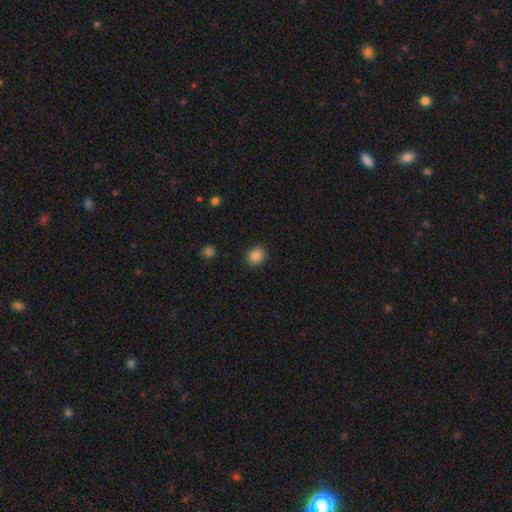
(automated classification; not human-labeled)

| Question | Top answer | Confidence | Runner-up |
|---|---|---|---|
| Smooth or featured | smooth | 84% | star or artifact (10%) |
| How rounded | round | 72% | in between (27%) |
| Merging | none | 89% | minor disturbance (8%) |